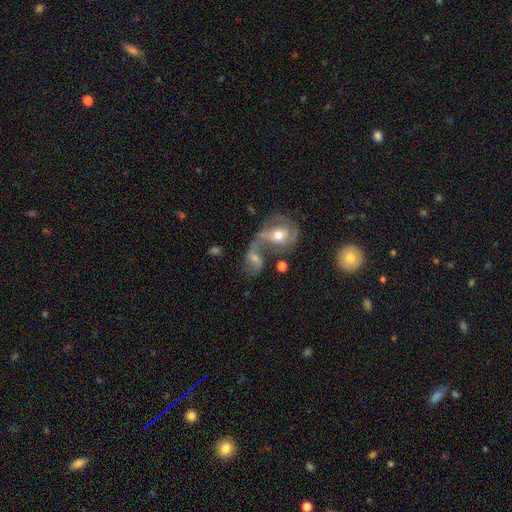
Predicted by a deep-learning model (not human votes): Smooth or featured?
  - featured or disk: 65% *
  - smooth: 24%
  - star or artifact: 12%
Edge-on disk?
  - no: 95% *
  - yes: 5%
Bar?
  - no: 58% *
  - weak: 32%
  - strong: 10%
Spiral arms?
  - yes: 80% *
  - no: 20%
Bulge size?
  - moderate: 67% *
  - small: 22%
  - large: 7%
  - none: 3%
  - dominant: 2%
Merging?
  - merger: 52% *
  - none: 25%
  - major disturbance: 14%
  - minor disturbance: 9%